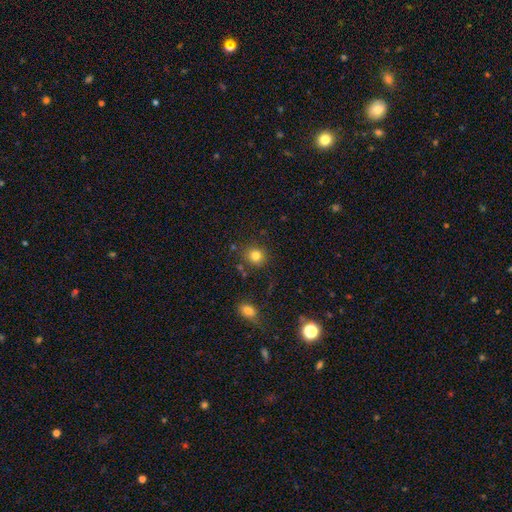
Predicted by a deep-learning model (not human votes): smooth 81%, star or artifact 12%, featured or disk 7%. Down the decision tree: how rounded — round (86%); merging — none (83%).